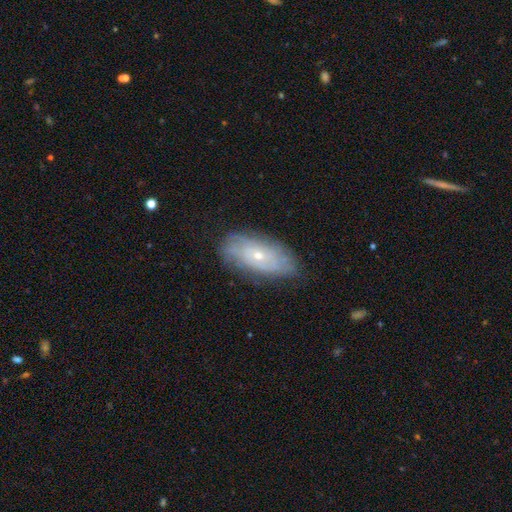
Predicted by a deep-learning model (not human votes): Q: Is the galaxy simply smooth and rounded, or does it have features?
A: featured or disk — 59%.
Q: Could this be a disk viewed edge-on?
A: no — 85%.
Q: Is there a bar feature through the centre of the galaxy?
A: no — 81%.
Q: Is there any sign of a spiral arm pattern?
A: yes — 73%.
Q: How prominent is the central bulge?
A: small — 71%.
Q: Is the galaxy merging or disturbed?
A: none — 79%.